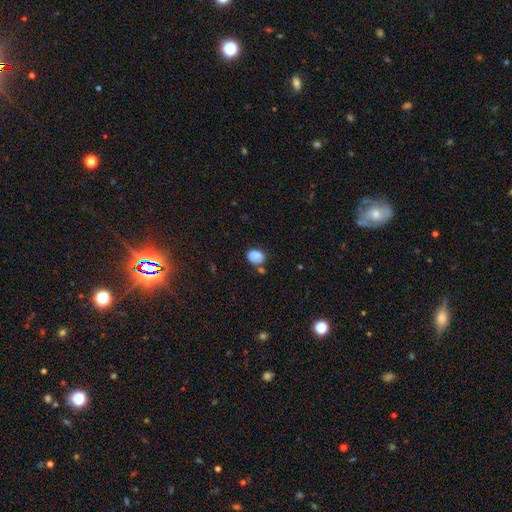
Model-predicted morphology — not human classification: A smooth galaxy with no disk features (76%) that is in between round and cigar-shaped (66%). Merging: none (56%).